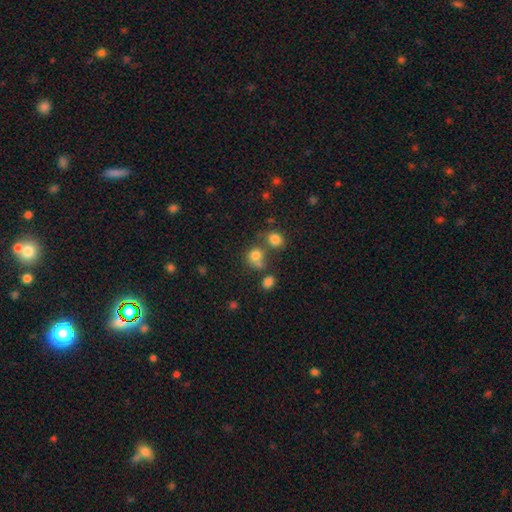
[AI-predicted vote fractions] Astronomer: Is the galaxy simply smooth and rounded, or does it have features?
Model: smooth — 77%.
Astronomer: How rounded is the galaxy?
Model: round — 78%.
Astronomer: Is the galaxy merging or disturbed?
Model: none — 52% (runner-up: merger, 30%).